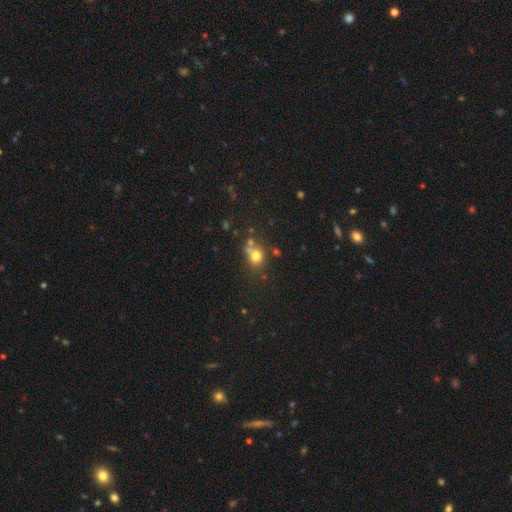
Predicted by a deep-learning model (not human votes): Smooth or featured?
  - smooth: 72% *
  - star or artifact: 16%
  - featured or disk: 12%
How rounded?
  - round: 76% *
  - in between: 23%
  - cigar-shaped: 1%
Merging?
  - none: 50% *
  - merger: 30%
  - minor disturbance: 13%
  - major disturbance: 7%